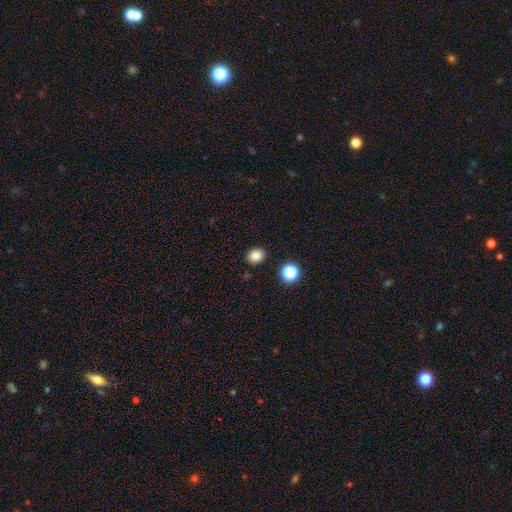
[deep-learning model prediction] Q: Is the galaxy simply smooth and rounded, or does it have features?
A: smooth — 82%.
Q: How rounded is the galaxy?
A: round — 62%.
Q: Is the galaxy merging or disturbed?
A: none — 89%.